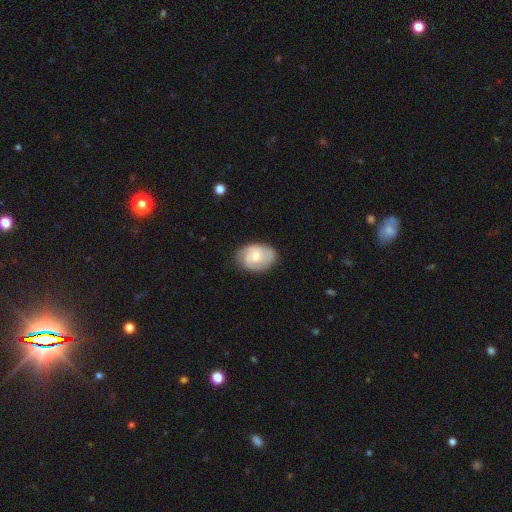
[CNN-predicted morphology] Q: Smooth or featured?
A: featured or disk (66%); runner-up: smooth (28%)
Q: Edge-on disk?
A: no (97%); runner-up: yes (3%)
Q: Bar?
A: no (56%); runner-up: weak (39%)
Q: Spiral arms?
A: yes (93%); runner-up: no (7%)
Q: Spiral winding?
A: medium (44%); runner-up: tight (42%)
Q: Spiral arm count?
A: 2 (39%); runner-up: 3 (33%)
Q: Bulge size?
A: small (50%); runner-up: moderate (41%)
Q: Merging?
A: none (75%); runner-up: minor disturbance (18%)